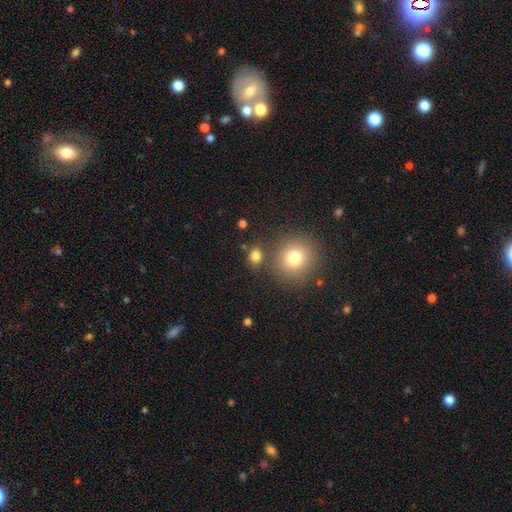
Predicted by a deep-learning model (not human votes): Smooth or featured: smooth — 79% (star or artifact — 14%)
How rounded: round — 66% (in between — 33%)
Merging: none — 76% (merger — 12%)